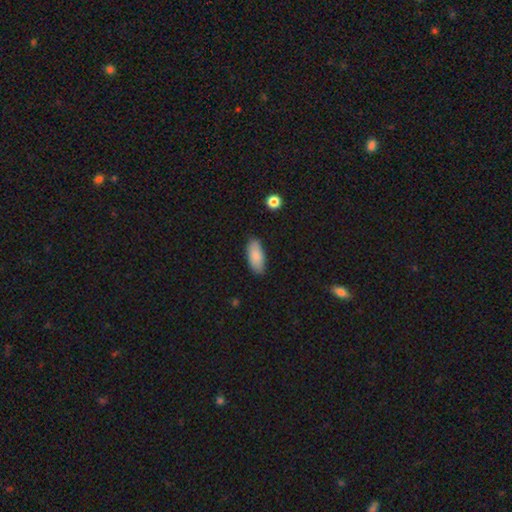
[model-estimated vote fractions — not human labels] Smooth or featured? Predicted: smooth (p=0.87). How rounded? Predicted: in between (p=0.85). Merging? Predicted: none (p=0.83).